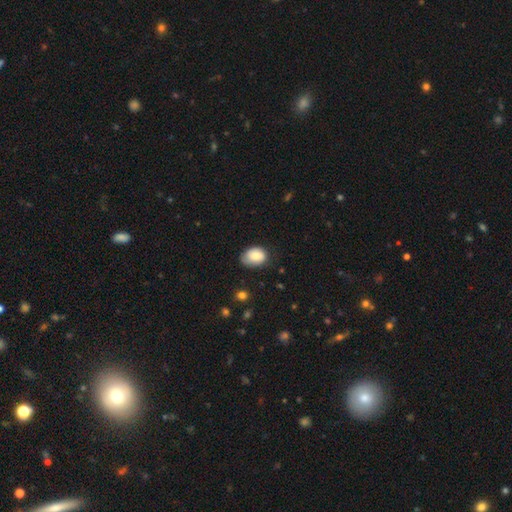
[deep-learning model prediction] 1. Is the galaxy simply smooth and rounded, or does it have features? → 81% smooth, 12% featured or disk, 7% star or artifact.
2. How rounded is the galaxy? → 74% in between, 25% round, 1% cigar-shaped.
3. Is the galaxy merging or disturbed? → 61% none, 31% minor disturbance, 7% major disturbance, 2% merger.